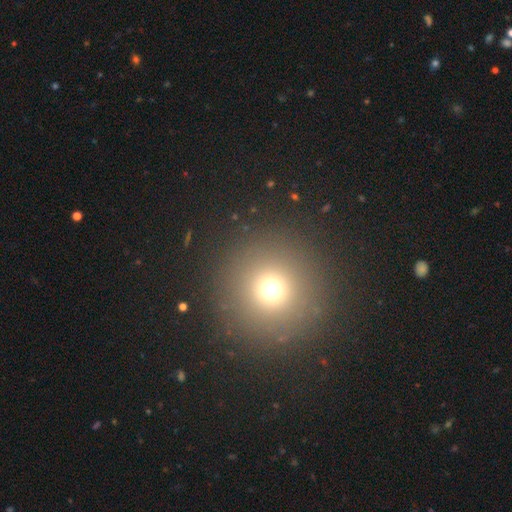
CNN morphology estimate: This appears to be a smooth galaxy with no disk features (68%) that is round (96%). Merging: none (91%).